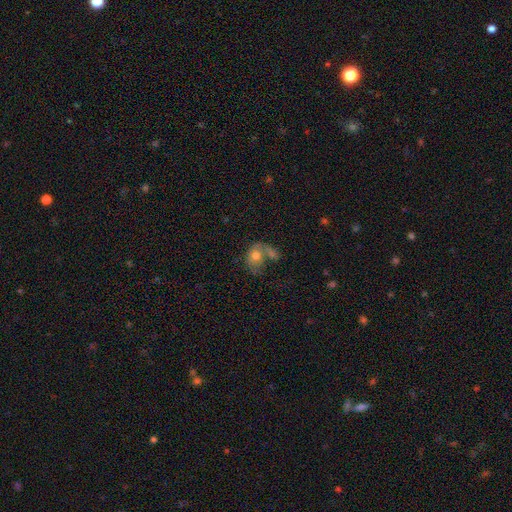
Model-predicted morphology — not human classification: Smooth or featured? Predicted: smooth (p=0.65). How rounded? Predicted: in between (p=0.57). Merging? Predicted: merger (p=0.50).